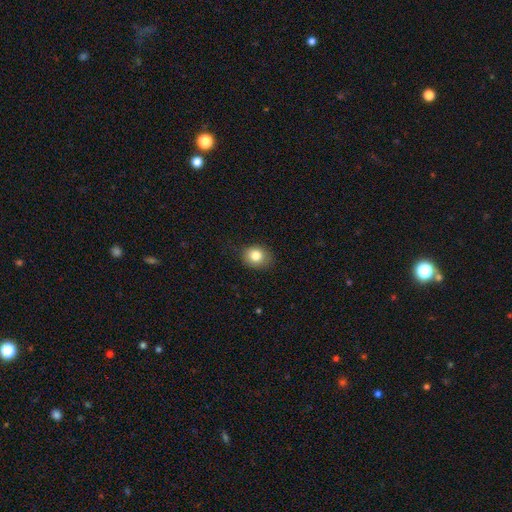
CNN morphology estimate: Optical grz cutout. It shows a smooth galaxy with no disk features (82%) that is round (62%). Merging: none (80%).